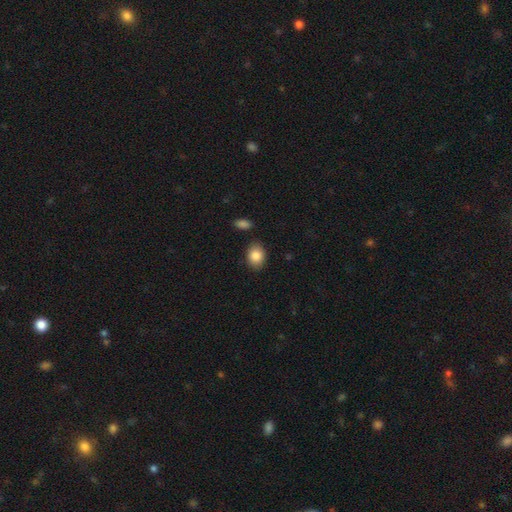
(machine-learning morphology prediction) smooth-or-featured: smooth: 86% | star or artifact: 7% | featured or disk: 7%
  how-rounded: in between: 70% | round: 28% | cigar-shaped: 1%
  merging: none: 83% | minor disturbance: 12% | merger: 3% | major disturbance: 3%